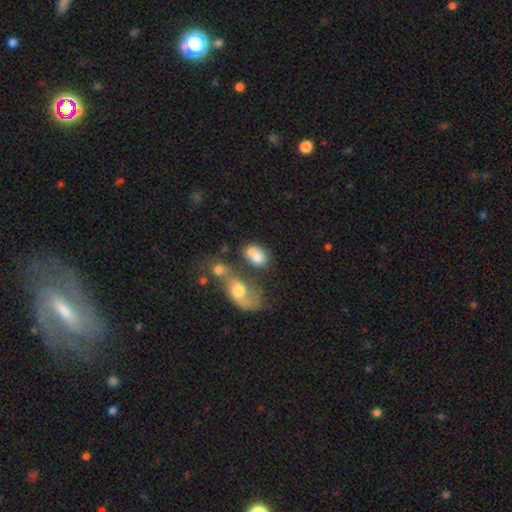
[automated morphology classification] A smooth galaxy with no disk features (70%) that is in between round and cigar-shaped (71%).

Vote fractions:
- Smooth or featured? smooth: 70% / featured or disk: 19% / star or artifact: 10%
- How rounded? in between: 71% / round: 27% / cigar-shaped: 2%
- Merging? merger: 49% / none: 28% / minor disturbance: 13% / major disturbance: 10%